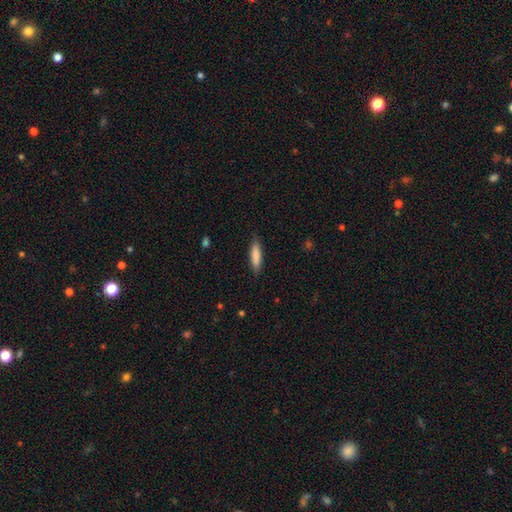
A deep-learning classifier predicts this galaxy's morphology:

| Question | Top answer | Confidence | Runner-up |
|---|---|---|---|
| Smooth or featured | smooth | 83% | featured or disk (11%) |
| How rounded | cigar-shaped | 74% | in between (24%) |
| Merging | none | 85% | minor disturbance (12%) |